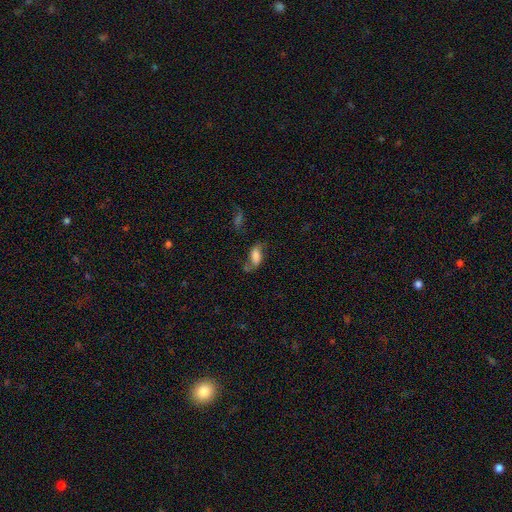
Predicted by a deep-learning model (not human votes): smooth_or_featured: smooth (p=0.59) [alt: featured or disk p=0.30]
how_rounded: in between (p=0.87) [alt: cigar-shaped p=0.09]
merging: none (p=0.45) [alt: minor disturbance p=0.27]